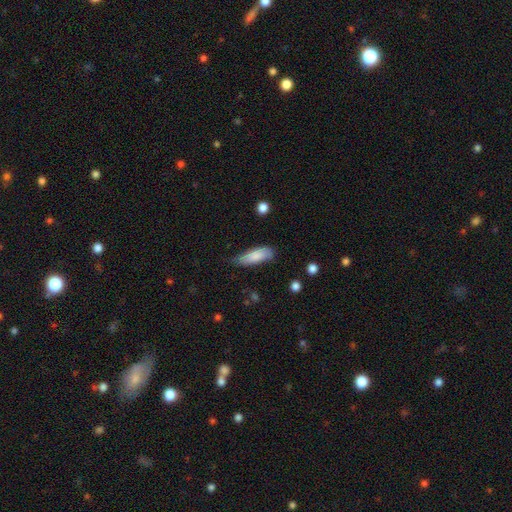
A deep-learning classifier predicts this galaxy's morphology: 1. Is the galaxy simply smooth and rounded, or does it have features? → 82% smooth, 12% featured or disk, 6% star or artifact.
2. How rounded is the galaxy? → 64% in between, 35% cigar-shaped, 2% round.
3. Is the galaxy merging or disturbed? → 58% none, 33% minor disturbance, 7% major disturbance, 2% merger.